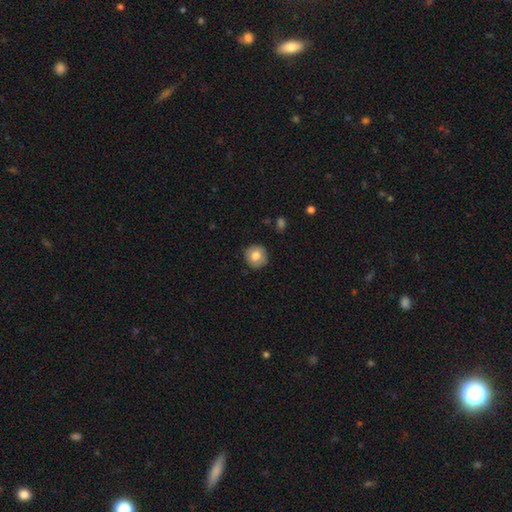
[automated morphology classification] The model was most divided on "smooth or featured": smooth: 78%, featured or disk: 14%, star or artifact: 8%. More confident: how rounded — round (92%); merging — none (86%).